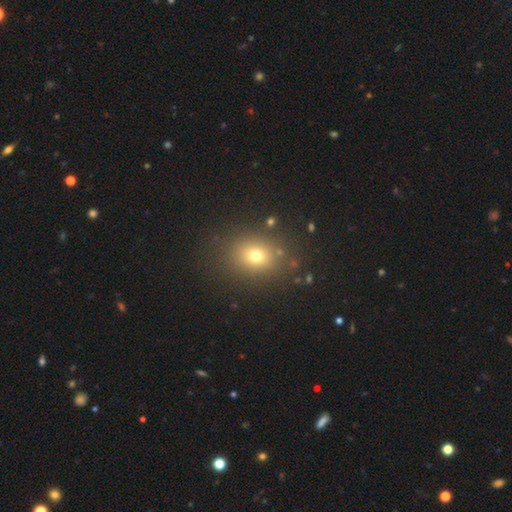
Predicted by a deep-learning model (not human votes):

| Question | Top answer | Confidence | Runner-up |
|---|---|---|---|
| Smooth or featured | smooth | 71% | star or artifact (19%) |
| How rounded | round | 59% | in between (40%) |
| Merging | none | 84% | minor disturbance (9%) |